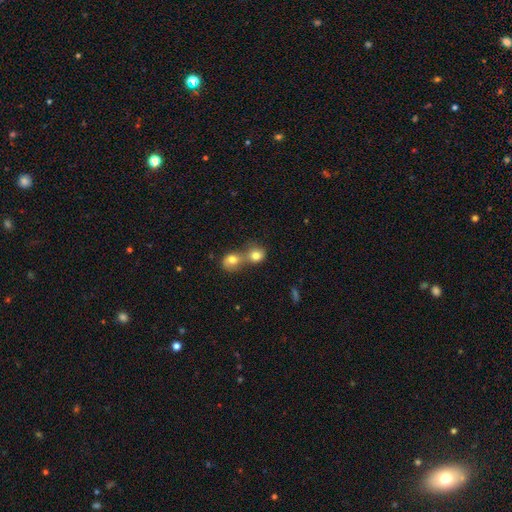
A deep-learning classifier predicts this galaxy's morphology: smooth-or-featured: smooth: 79% | featured or disk: 11% | star or artifact: 10%
  how-rounded: round: 73% | in between: 26% | cigar-shaped: 1%
  merging: merger: 68% | none: 24% | minor disturbance: 5% | major disturbance: 3%